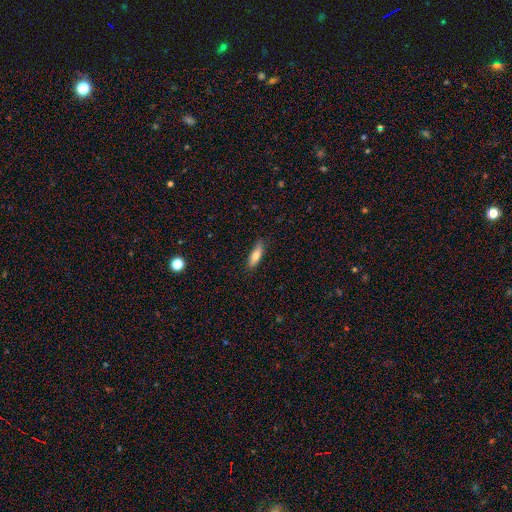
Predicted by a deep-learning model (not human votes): Smooth or featured? Predicted: smooth (p=0.73). How rounded? Predicted: cigar-shaped (p=0.49, tied with in between). Merging? Predicted: none (p=0.83).